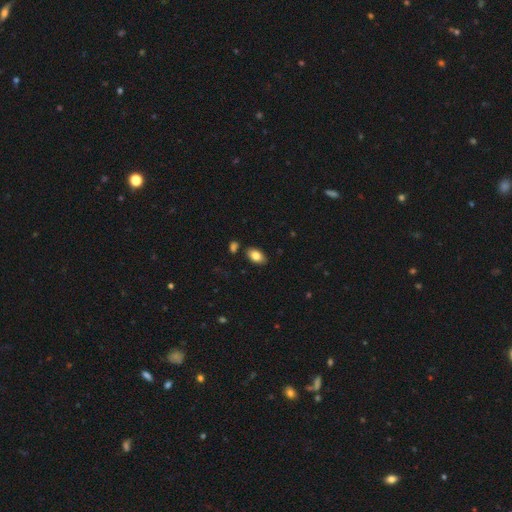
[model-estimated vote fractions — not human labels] smooth-or-featured: smooth: 82% | featured or disk: 11% | star or artifact: 8%
  how-rounded: in between: 91% | round: 7% | cigar-shaped: 2%
  merging: none: 83% | minor disturbance: 10% | merger: 4% | major disturbance: 2%